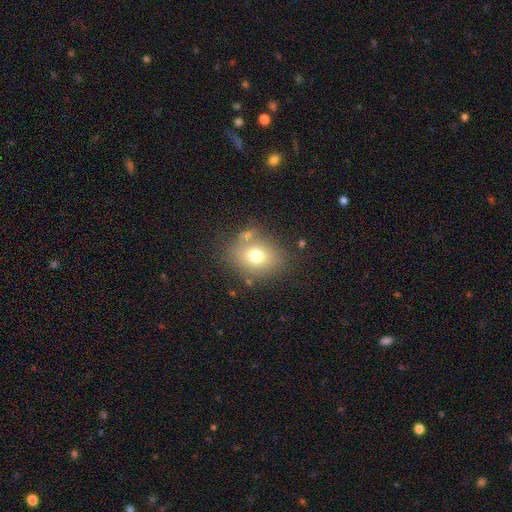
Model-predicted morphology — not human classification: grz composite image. It shows a smooth galaxy with no disk features (70%) that is round (60%). Merging: none (72%).